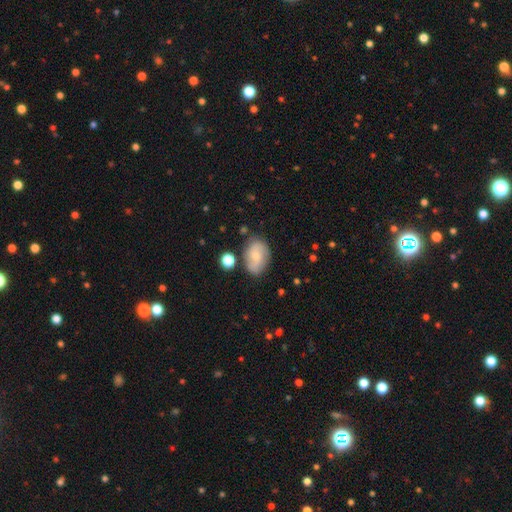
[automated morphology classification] Overall: smooth (53%; featured or disk 39%). How rounded: in between (81%). Merging: none (73%).